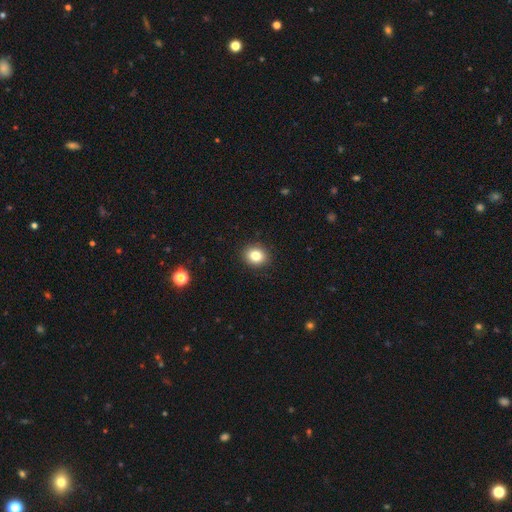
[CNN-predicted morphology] type=smooth (82%); roundness=round (71%); merging=none (91%).